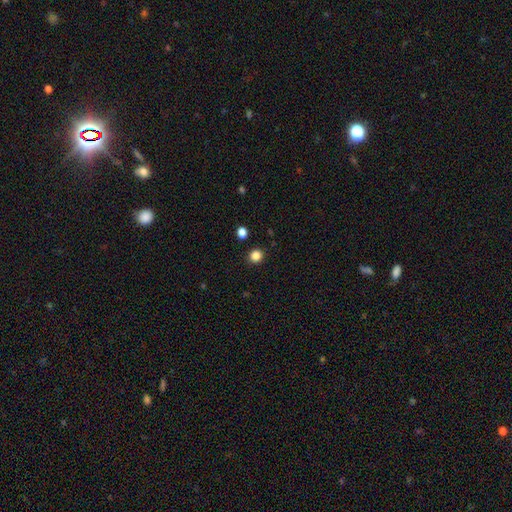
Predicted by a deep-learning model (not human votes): Smooth or featured: smooth — 84% (star or artifact — 13%)
How rounded: round — 90% (in between — 9%)
Merging: none — 91% (minor disturbance — 5%)